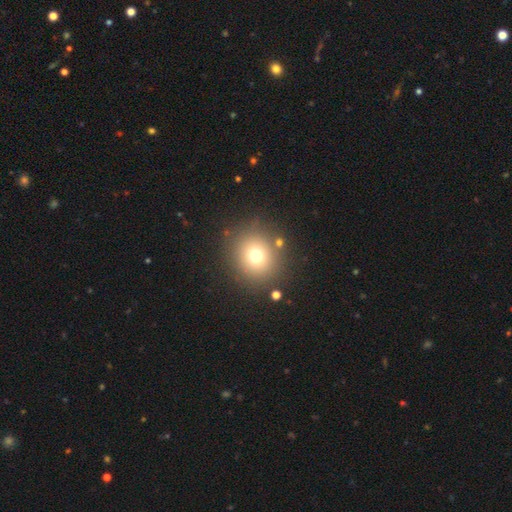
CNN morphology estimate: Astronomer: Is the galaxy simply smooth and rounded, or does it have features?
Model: smooth — 71%.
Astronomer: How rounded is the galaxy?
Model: round — 87%.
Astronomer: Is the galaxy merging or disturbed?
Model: none — 84%.